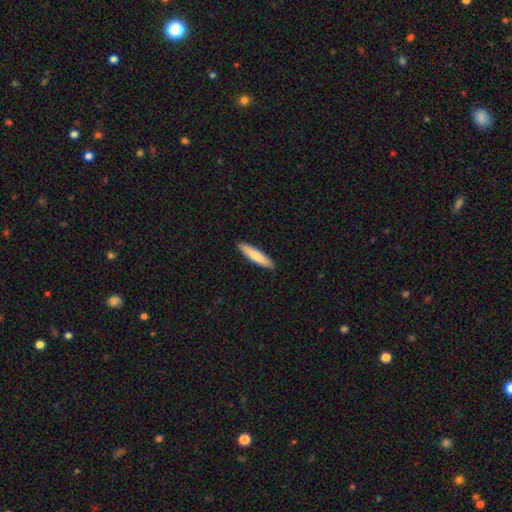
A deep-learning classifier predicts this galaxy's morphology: smooth 76%, featured or disk 19%, star or artifact 5%. Down the decision tree: how rounded — cigar-shaped (87%); merging — none (91%).